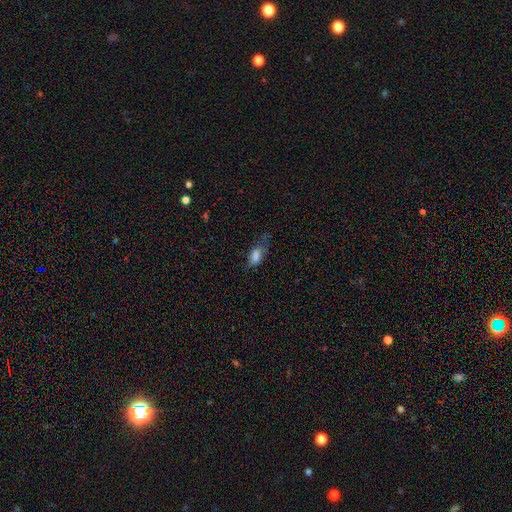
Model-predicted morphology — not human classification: Smooth or featured: smooth — 75% (featured or disk — 14%)
How rounded: in between — 84% (cigar-shaped — 11%)
Merging: major disturbance — 33% (none — 32%)